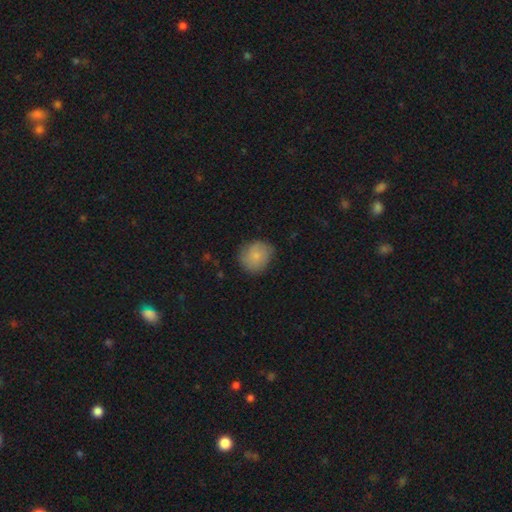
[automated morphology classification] A smooth galaxy with no disk features (73%) that is round (83%).

Vote fractions:
- Smooth or featured? smooth: 73% / featured or disk: 20% / star or artifact: 7%
- How rounded? round: 83% / in between: 16% / cigar-shaped: 1%
- Merging? none: 75% / minor disturbance: 20% / major disturbance: 4% / merger: 1%